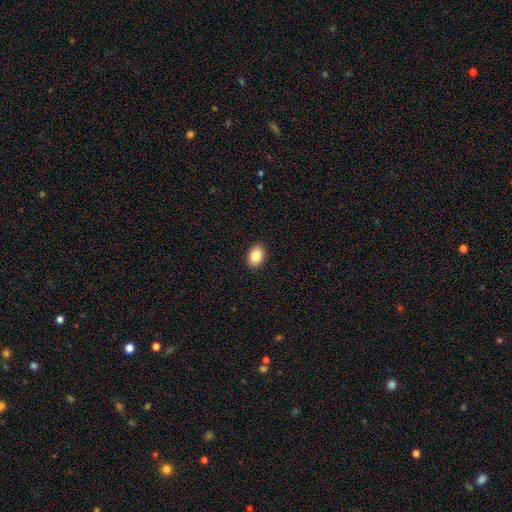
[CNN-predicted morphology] The model was most divided on "how rounded": in between: 81%, round: 18%, cigar-shaped: 1%. More confident: merging — none (91%); smooth or featured — smooth (86%).